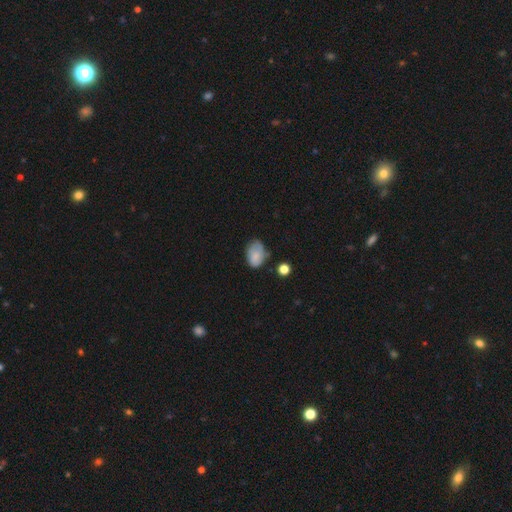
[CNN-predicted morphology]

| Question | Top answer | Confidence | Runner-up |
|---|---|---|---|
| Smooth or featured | smooth | 76% | featured or disk (15%) |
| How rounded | in between | 84% | round (15%) |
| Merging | none | 52% | minor disturbance (34%) |